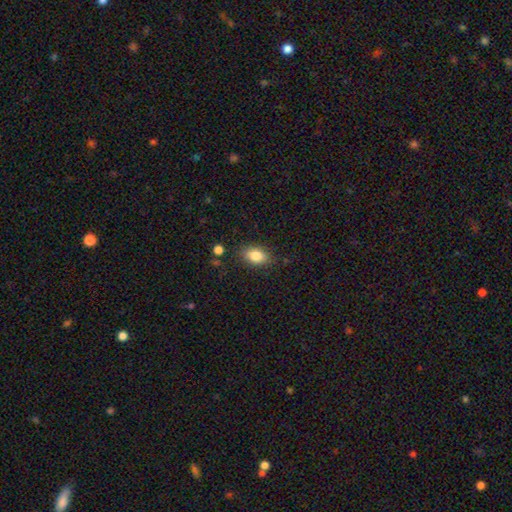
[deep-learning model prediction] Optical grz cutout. It shows a smooth galaxy with no disk features (84%) that is in between round and cigar-shaped (85%). Merging: none (82%).